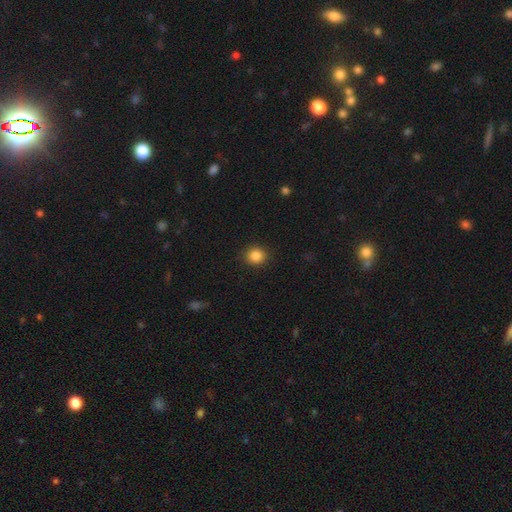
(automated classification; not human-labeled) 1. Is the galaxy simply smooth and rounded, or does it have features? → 86% smooth, 10% star or artifact, 4% featured or disk.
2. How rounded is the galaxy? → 86% round, 13% in between, 1% cigar-shaped.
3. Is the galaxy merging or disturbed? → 91% none, 6% minor disturbance, 2% major disturbance, 1% merger.